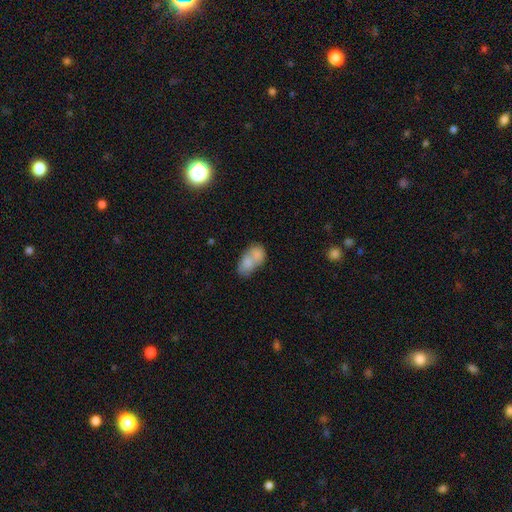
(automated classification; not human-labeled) Q: Smooth or featured?
A: smooth (71%); runner-up: featured or disk (21%)
Q: How rounded?
A: in between (88%); runner-up: round (9%)
Q: Merging?
A: merger (51%); runner-up: none (28%)